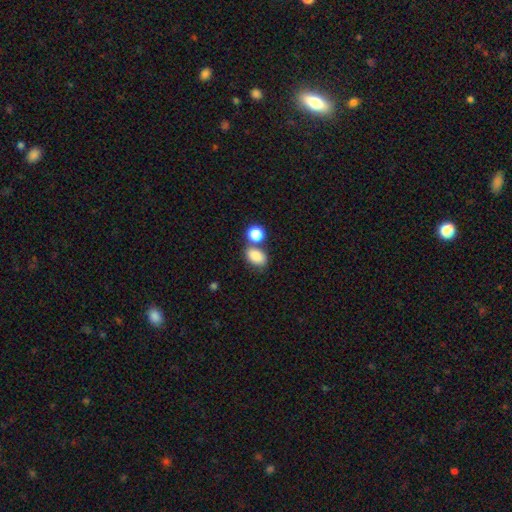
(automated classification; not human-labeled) Morphology: type=smooth (85%); roundness=in between (78%); merging=none (55%).